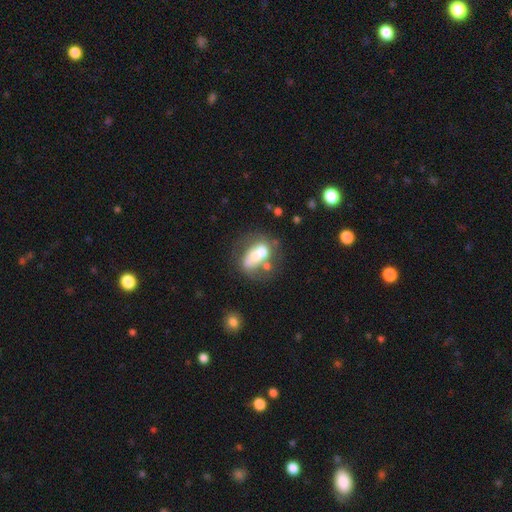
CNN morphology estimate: A featured or disk galaxy (46%).

Vote fractions:
- Smooth or featured? featured or disk: 46% / smooth: 45% / star or artifact: 10%
- Merging? merger: 52% / none: 22% / major disturbance: 14% / minor disturbance: 12%